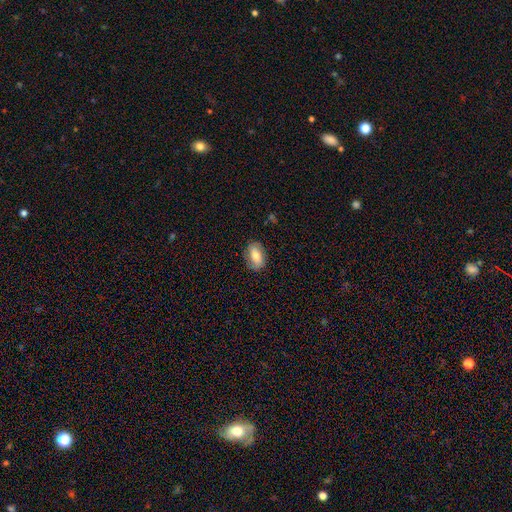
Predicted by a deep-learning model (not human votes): Morphology: type=smooth (66%); roundness=in between (88%); merging=none (79%).